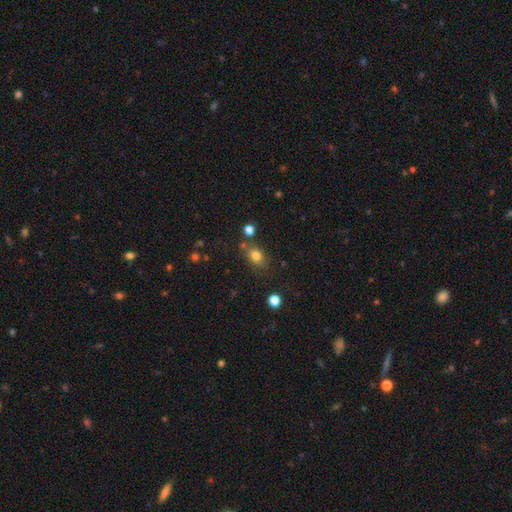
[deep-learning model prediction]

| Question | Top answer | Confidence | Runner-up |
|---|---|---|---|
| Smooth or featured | smooth | 79% | star or artifact (13%) |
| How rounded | in between | 61% | round (37%) |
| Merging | none | 69% | minor disturbance (15%) |